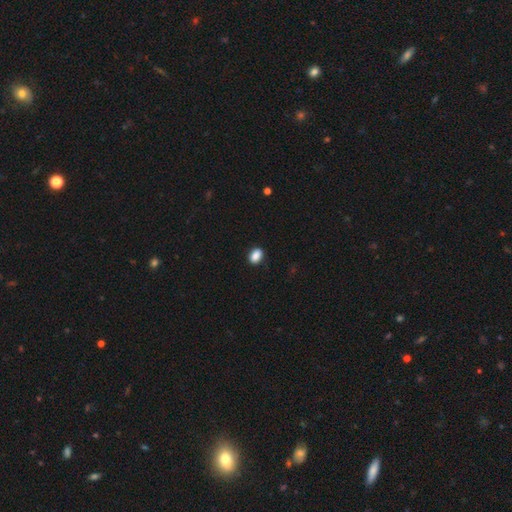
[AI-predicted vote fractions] The model was most divided on "how rounded": in between: 79%, round: 19%, cigar-shaped: 1%. More confident: merging — none (89%); smooth or featured — smooth (89%).